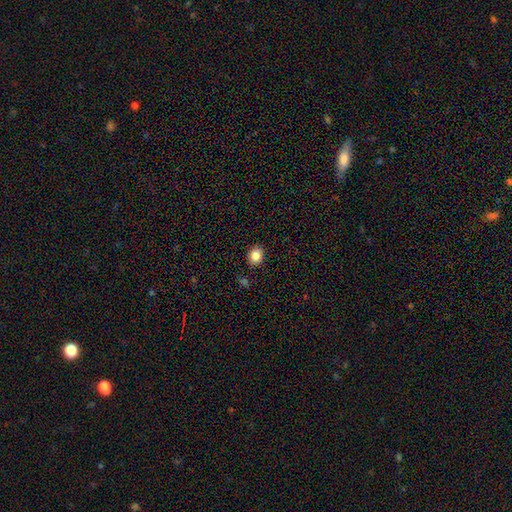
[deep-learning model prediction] Smooth or featured? smooth (85%)
How rounded? round (57%)
Merging? none (89%)